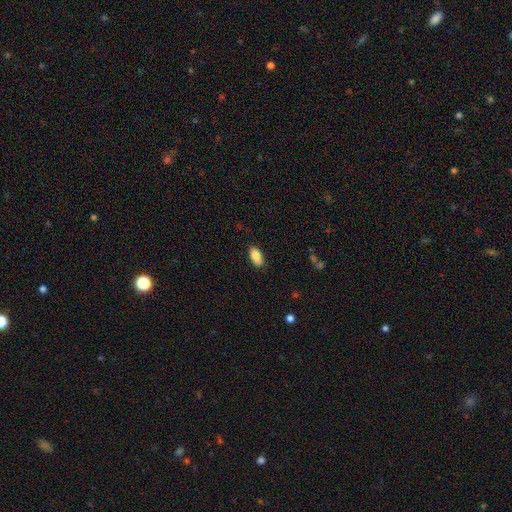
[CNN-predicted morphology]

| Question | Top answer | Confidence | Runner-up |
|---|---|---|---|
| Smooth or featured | smooth | 84% | featured or disk (9%) |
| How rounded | in between | 90% | cigar-shaped (7%) |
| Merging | none | 84% | minor disturbance (13%) |